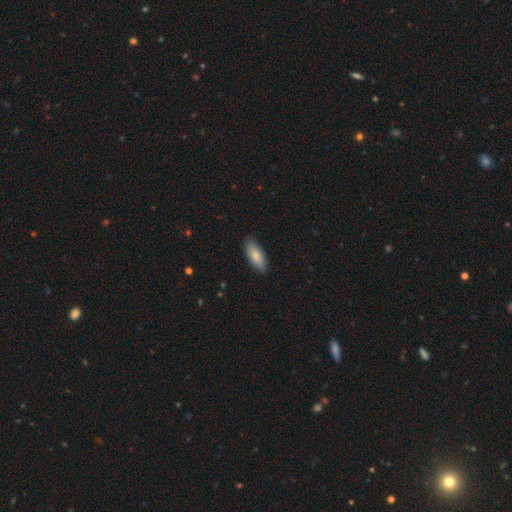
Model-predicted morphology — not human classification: A smooth galaxy with no disk features (81%) that is in between round and cigar-shaped (78%).

Vote fractions:
- Smooth or featured? smooth: 81% / featured or disk: 14% / star or artifact: 6%
- How rounded? in between: 78% / cigar-shaped: 20% / round: 2%
- Merging? none: 83% / minor disturbance: 13% / major disturbance: 2% / merger: 1%